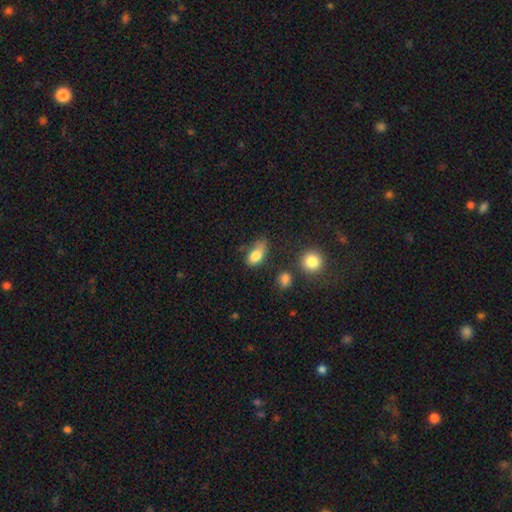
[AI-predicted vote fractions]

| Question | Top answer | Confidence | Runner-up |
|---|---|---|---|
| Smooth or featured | smooth | 80% | featured or disk (11%) |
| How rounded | in between | 86% | round (9%) |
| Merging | none | 41% | minor disturbance (37%) |